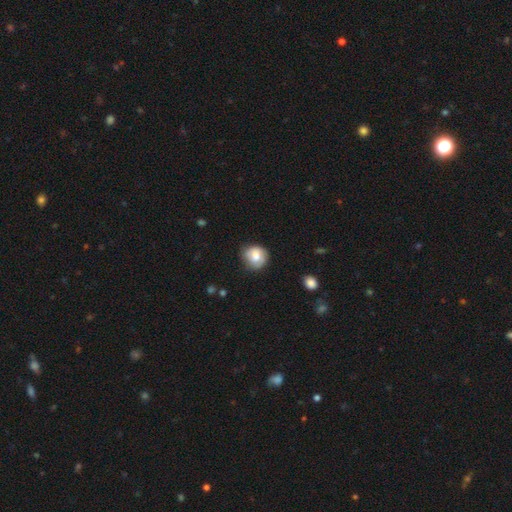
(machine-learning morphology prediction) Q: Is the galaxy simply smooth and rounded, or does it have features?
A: smooth — 76%.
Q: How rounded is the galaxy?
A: round — 82%.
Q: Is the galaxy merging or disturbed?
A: none — 67%.